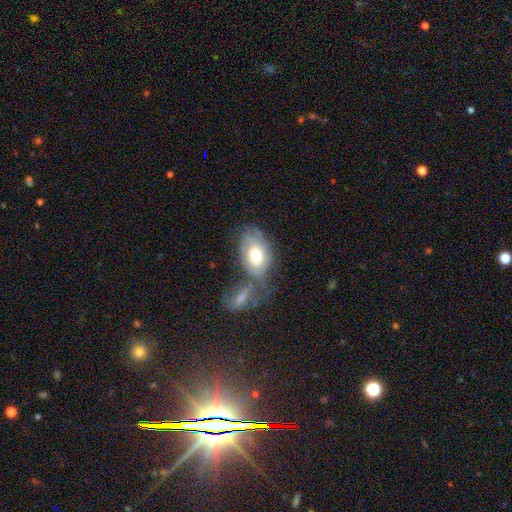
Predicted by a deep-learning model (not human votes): Smooth or featured? smooth (59%)
How rounded? in between (90%)
Merging? none (35%)